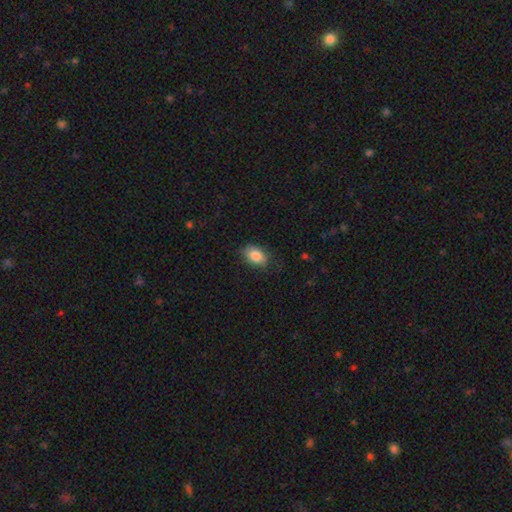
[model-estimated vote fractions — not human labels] Smooth or featured: smooth — 85% (star or artifact — 8%)
How rounded: in between — 85% (round — 14%)
Merging: none — 77% (minor disturbance — 18%)